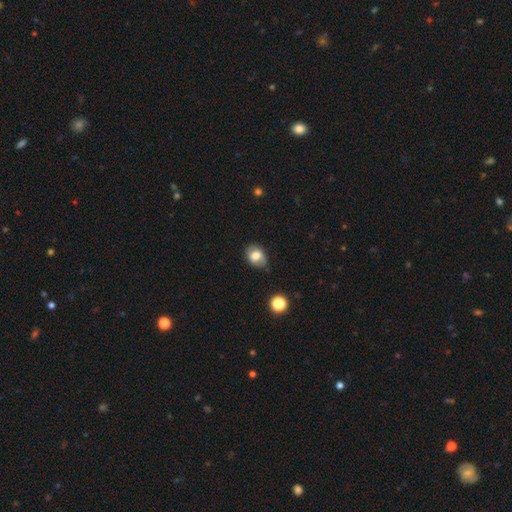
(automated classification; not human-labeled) This is likely a smooth galaxy (72%). How rounded: likely in between (63%). Merging: likely none (69%).